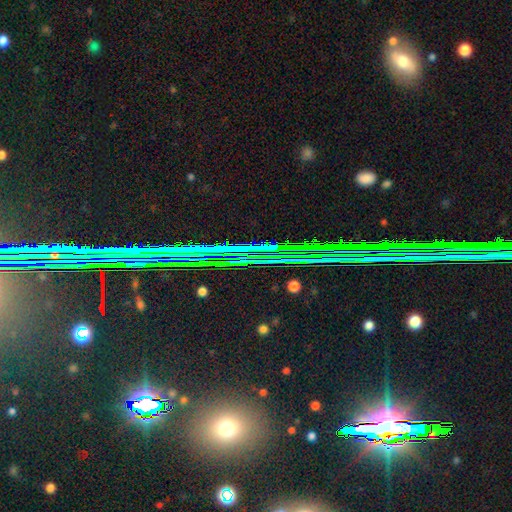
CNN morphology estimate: Q: Smooth or featured?
A: star or artifact (78%); runner-up: smooth (12%)